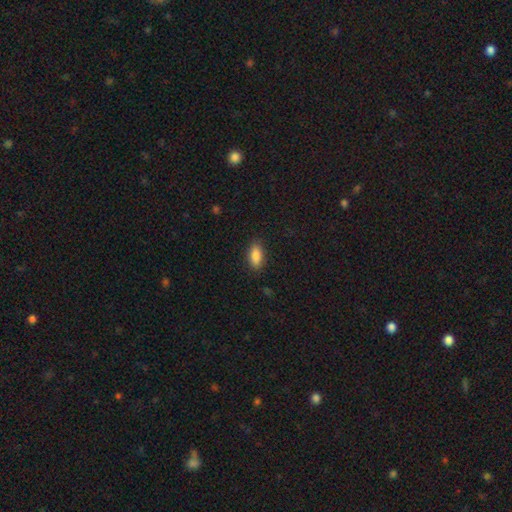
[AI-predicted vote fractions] smooth_or_featured: smooth (p=0.87) [alt: star or artifact p=0.07]
how_rounded: in between (p=0.87) [alt: cigar-shaped p=0.10]
merging: none (p=0.87) [alt: minor disturbance p=0.09]